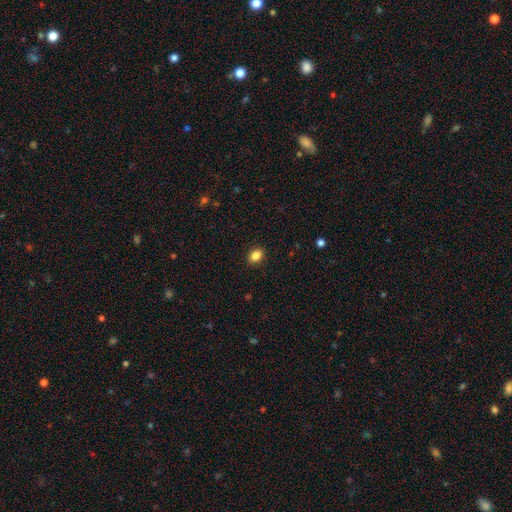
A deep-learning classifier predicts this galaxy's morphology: Smooth or featured: smooth — 86% (star or artifact — 10%)
How rounded: in between — 72% (round — 27%)
Merging: none — 90% (minor disturbance — 8%)